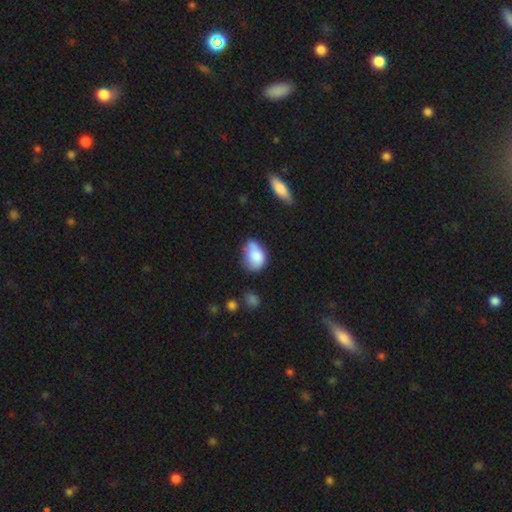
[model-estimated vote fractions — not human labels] Smooth or featured?
  - smooth: 78% *
  - featured or disk: 13%
  - star or artifact: 8%
How rounded?
  - in between: 78% *
  - round: 21%
  - cigar-shaped: 1%
Merging?
  - none: 41% *
  - minor disturbance: 37%
  - major disturbance: 12%
  - merger: 10%